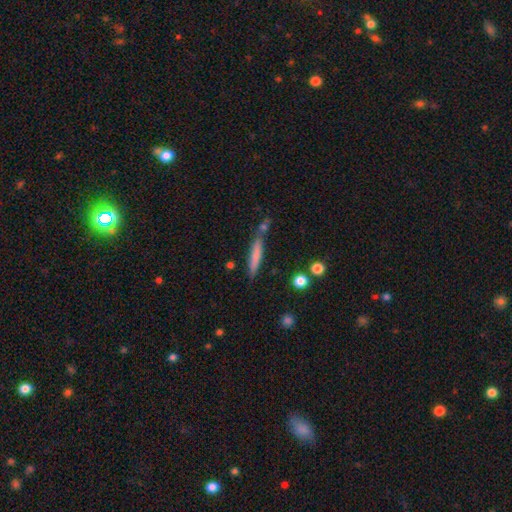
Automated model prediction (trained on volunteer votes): smooth 70%, featured or disk 23%, star or artifact 7%. Down the decision tree: how rounded — cigar-shaped (92%); merging — none (69%).